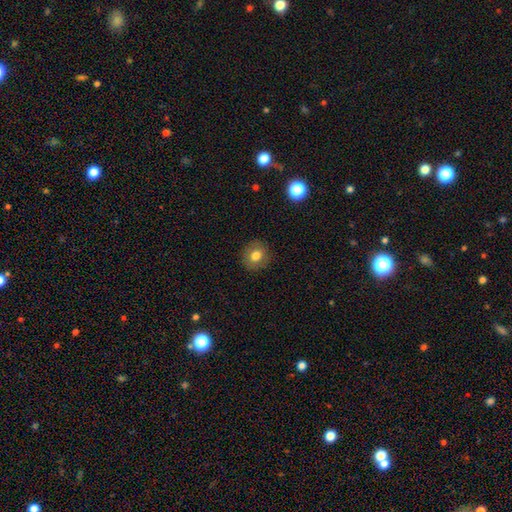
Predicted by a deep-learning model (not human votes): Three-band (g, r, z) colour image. It shows a smooth galaxy with no disk features (78%) that is round (82%). Merging: none (89%).